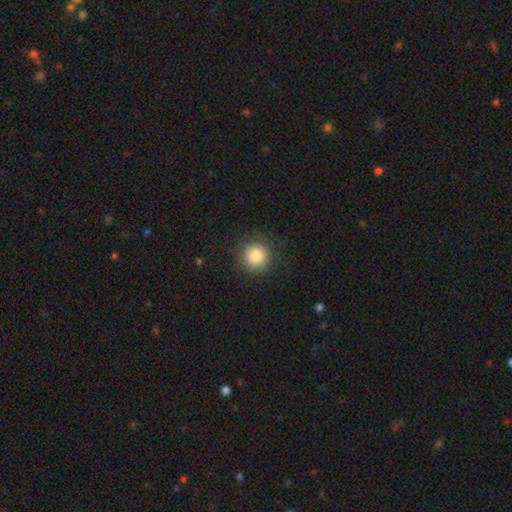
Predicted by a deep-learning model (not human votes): Smooth or featured: smooth — 83% (star or artifact — 10%)
How rounded: round — 94% (in between — 5%)
Merging: none — 87% (minor disturbance — 9%)